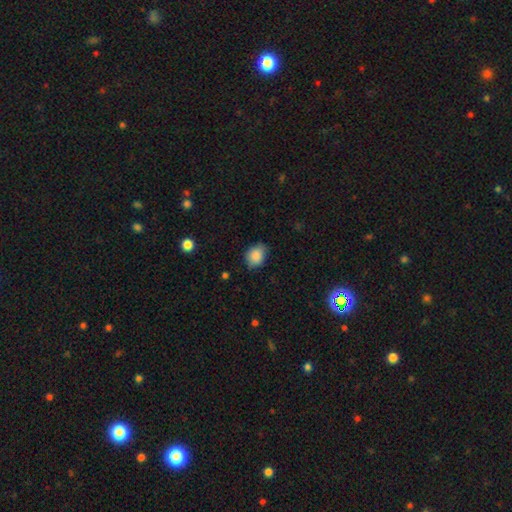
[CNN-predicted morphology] type=smooth (87%); roundness=round (51%); merging=none (72%).